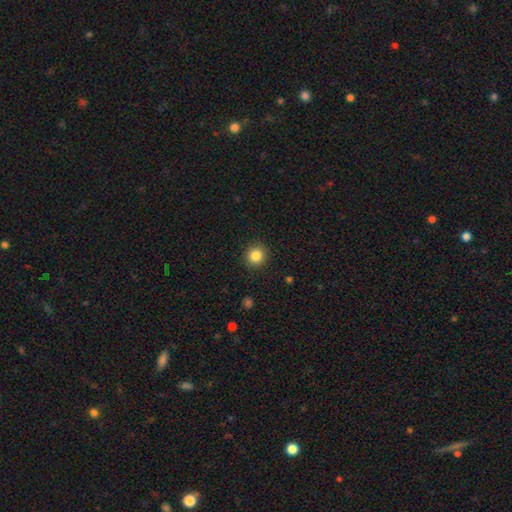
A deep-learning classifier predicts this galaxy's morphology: Q: Smooth or featured?
A: smooth (85%); runner-up: star or artifact (10%)
Q: How rounded?
A: round (92%); runner-up: in between (7%)
Q: Merging?
A: none (92%); runner-up: minor disturbance (6%)